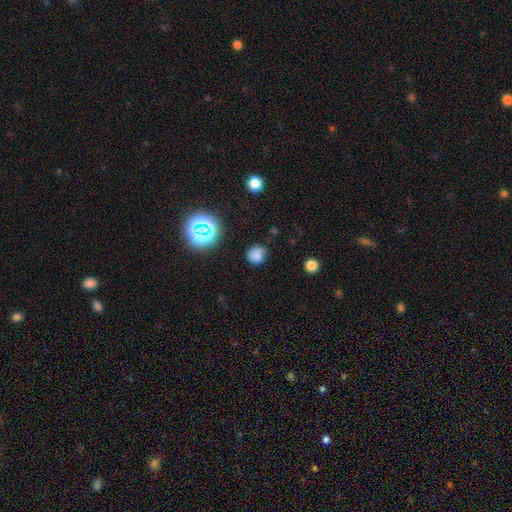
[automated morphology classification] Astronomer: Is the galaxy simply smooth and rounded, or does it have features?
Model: smooth — 74%.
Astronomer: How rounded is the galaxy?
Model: round — 82%.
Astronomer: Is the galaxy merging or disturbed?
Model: none — 68%.